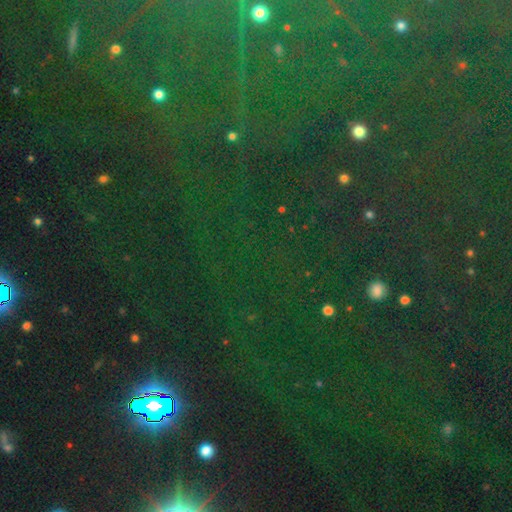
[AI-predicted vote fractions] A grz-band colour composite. It shows a star or artifact, not a galaxy (82%).